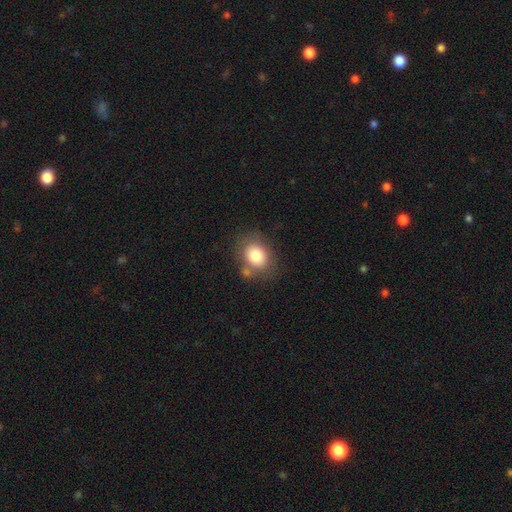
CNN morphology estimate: A smooth galaxy with no disk features (80%) that is round (50%).

Vote fractions:
- Smooth or featured? smooth: 80% / featured or disk: 11% / star or artifact: 9%
- How rounded? round: 50% / in between: 49% / cigar-shaped: 1%
- Merging? none: 68% / minor disturbance: 16% / merger: 10% / major disturbance: 6%